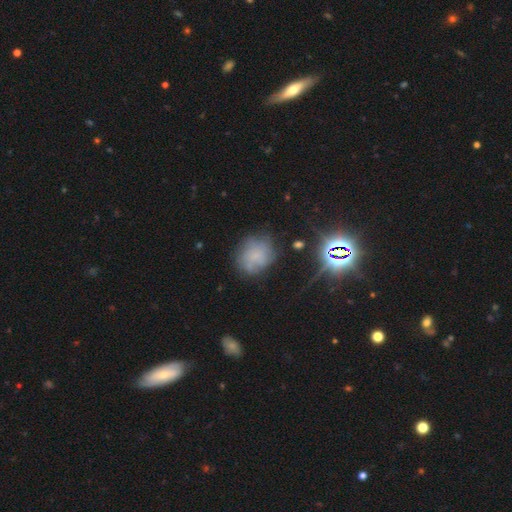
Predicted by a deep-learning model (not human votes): This appears to be a smooth galaxy with no disk features (49%). Merging: none (61%).